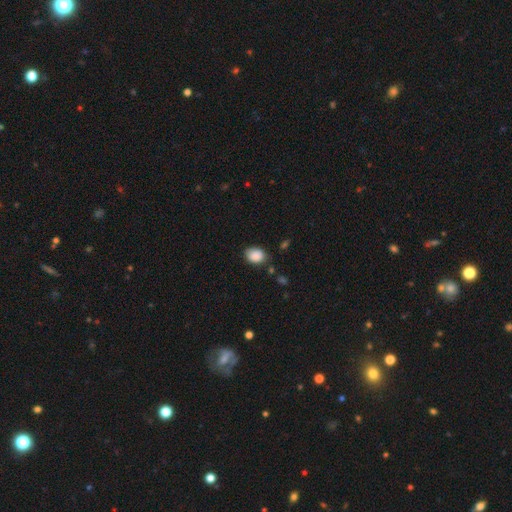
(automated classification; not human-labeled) The model was most divided on "how rounded": in between: 68%, round: 31%, cigar-shaped: 1%. More confident: smooth or featured — smooth (88%); merging — none (76%).